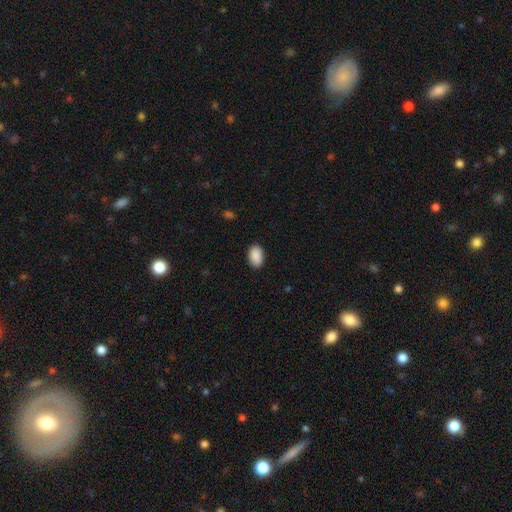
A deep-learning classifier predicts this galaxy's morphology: A smooth galaxy with no disk features (91%) that is in between round and cigar-shaped (90%).

Vote fractions:
- Smooth or featured? smooth: 91% / star or artifact: 7% / featured or disk: 2%
- How rounded? in between: 90% / round: 9% / cigar-shaped: 1%
- Merging? none: 88% / minor disturbance: 9% / major disturbance: 2% / merger: 1%